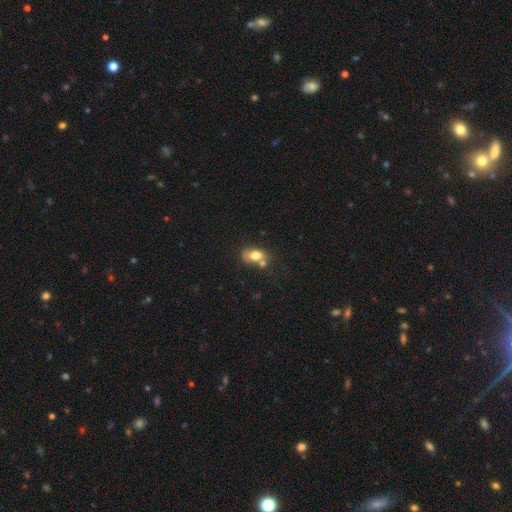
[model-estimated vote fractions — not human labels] Smooth or featured? Predicted: smooth (p=0.73). How rounded? Predicted: in between (p=0.76). Merging? Predicted: merger (p=0.38).